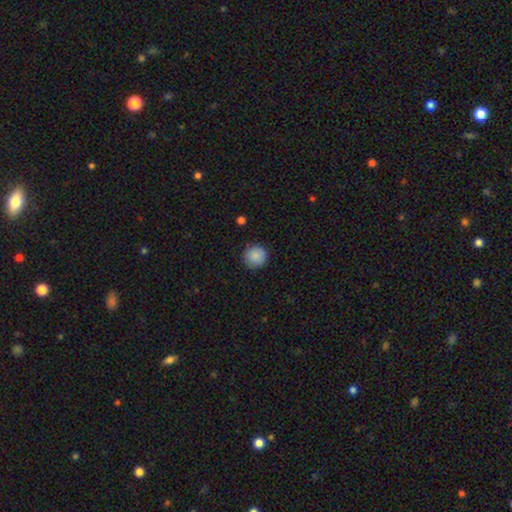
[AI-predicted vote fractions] Smooth or featured? Predicted: smooth (p=0.89). How rounded? Predicted: round (p=0.95). Merging? Predicted: none (p=0.89).